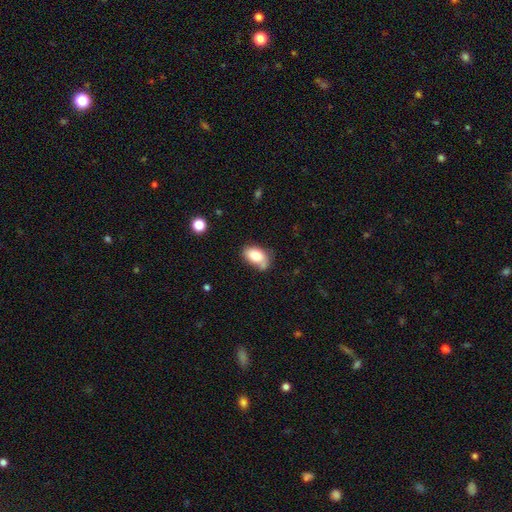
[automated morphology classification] A smooth galaxy with no disk features (79%) that is in between round and cigar-shaped (88%).

Vote fractions:
- Smooth or featured? smooth: 79% / featured or disk: 13% / star or artifact: 8%
- How rounded? in between: 88% / round: 10% / cigar-shaped: 2%
- Merging? none: 52% / minor disturbance: 27% / merger: 14% / major disturbance: 8%